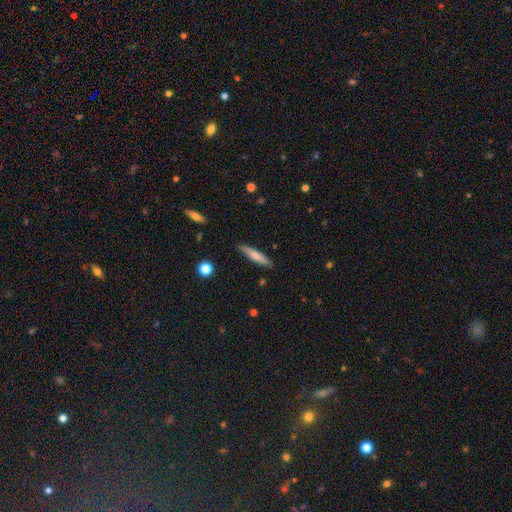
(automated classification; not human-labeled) A smooth galaxy with no disk features (69%) that is cigar-shaped (89%).

Vote fractions:
- Smooth or featured? smooth: 69% / featured or disk: 25% / star or artifact: 6%
- How rounded? cigar-shaped: 89% / in between: 10% / round: 1%
- Merging? none: 88% / minor disturbance: 9% / major disturbance: 2% / merger: 1%